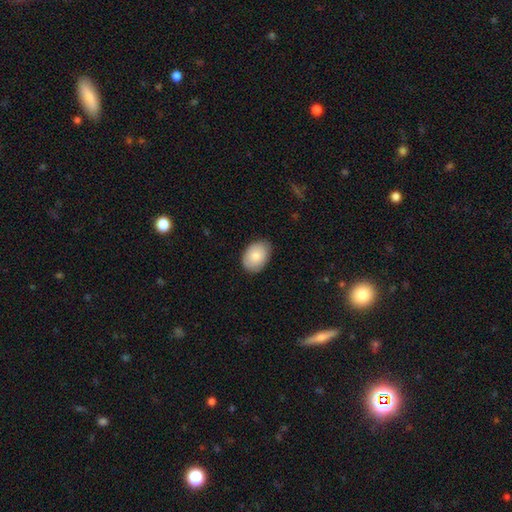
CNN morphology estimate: Smooth or featured? Predicted: smooth (p=0.82). How rounded? Predicted: in between (p=0.80). Merging? Predicted: none (p=0.83).